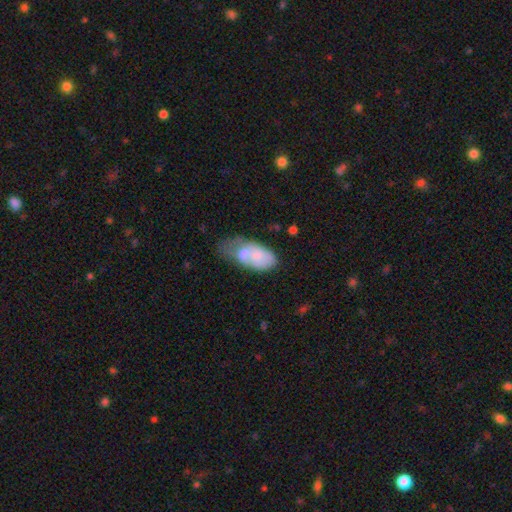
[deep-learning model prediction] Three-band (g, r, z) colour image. It shows a smooth galaxy with no disk features (60%) that is in between round and cigar-shaped (93%). Merging: minor disturbance (32%).